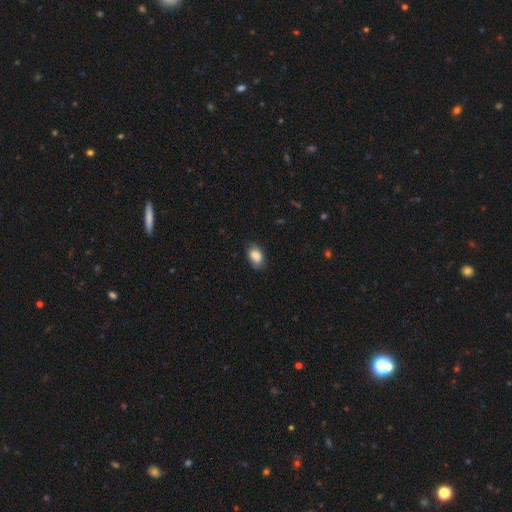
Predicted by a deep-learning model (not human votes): smooth_or_featured: smooth (p=0.82) [alt: featured or disk p=0.11]
how_rounded: in between (p=0.89) [alt: round p=0.09]
merging: none (p=0.76) [alt: minor disturbance p=0.19]